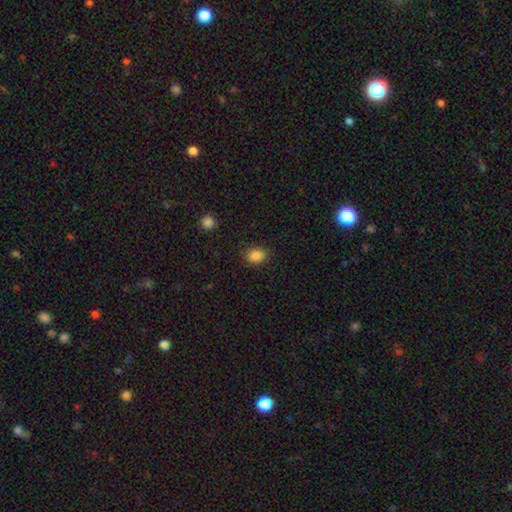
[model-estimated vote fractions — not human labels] This appears to be a smooth galaxy with no disk features (86%) that is in between round and cigar-shaped (53%). Merging: none (82%).